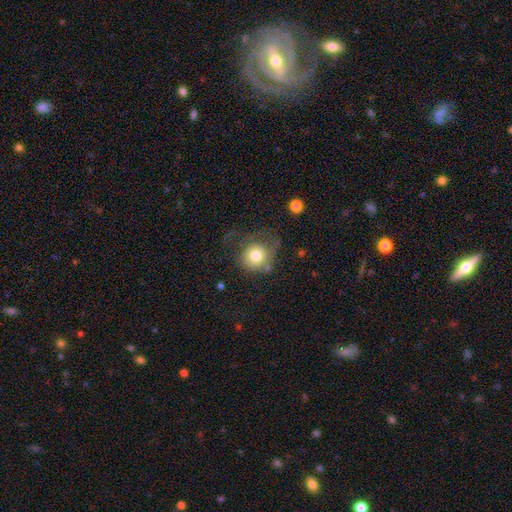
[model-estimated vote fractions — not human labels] A smooth galaxy with no disk features (73%) that is round (87%). Merging: none (46%).